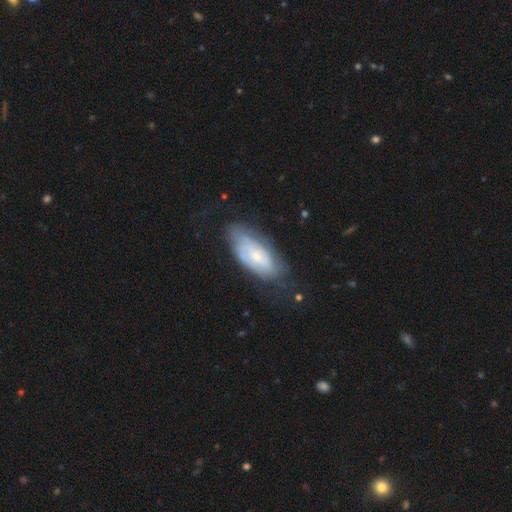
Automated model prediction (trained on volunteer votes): A featured or disk galaxy (61%) with no bar (70%), spiral arms (77%) and a small central bulge (65%).

Vote fractions:
- Smooth or featured? featured or disk: 61% / smooth: 33% / star or artifact: 6%
- Edge-on disk? no: 89% / yes: 11%
- Bar? no: 70% / weak: 25% / strong: 5%
- Spiral arms? yes: 77% / no: 23%
- Bulge size? small: 65% / moderate: 29% / none: 3% / large: 2% / dominant: 1%
- Merging? none: 62% / minor disturbance: 26% / major disturbance: 10% / merger: 2%